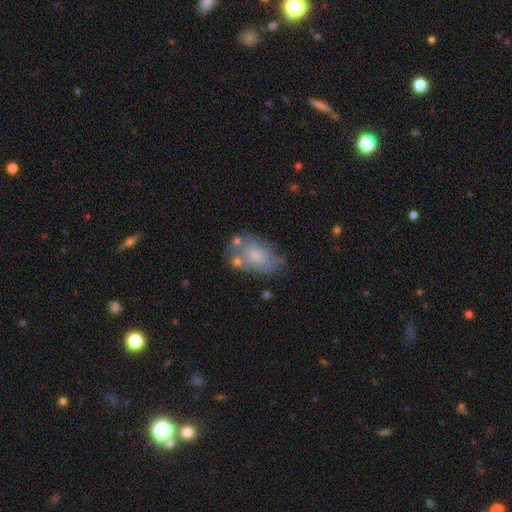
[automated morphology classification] Smooth or featured?
  - smooth: 48% *
  - featured or disk: 44%
  - star or artifact: 8%
Merging?
  - none: 53% *
  - minor disturbance: 25%
  - merger: 11%
  - major disturbance: 10%